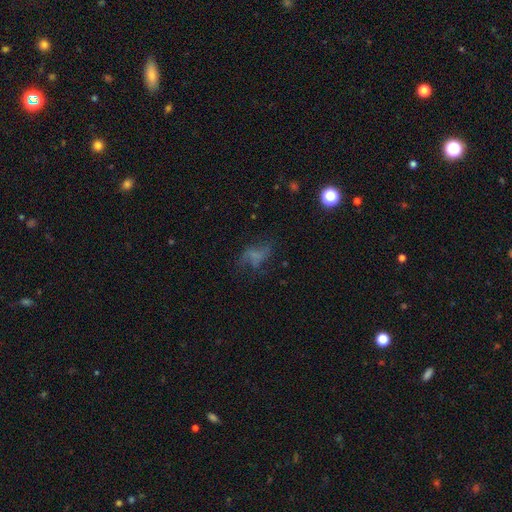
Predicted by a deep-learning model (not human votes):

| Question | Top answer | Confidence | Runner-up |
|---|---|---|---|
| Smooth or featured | featured or disk | 46% | smooth (34%) |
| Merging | none | 48% | major disturbance (28%) |